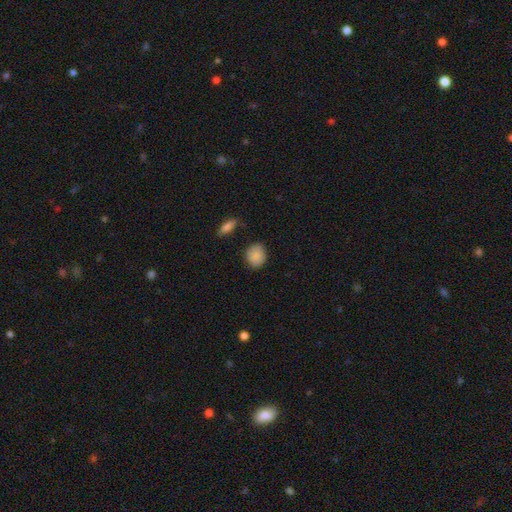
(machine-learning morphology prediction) This appears to be a smooth galaxy with no disk features (87%) that is round (67%). Merging: none (82%).